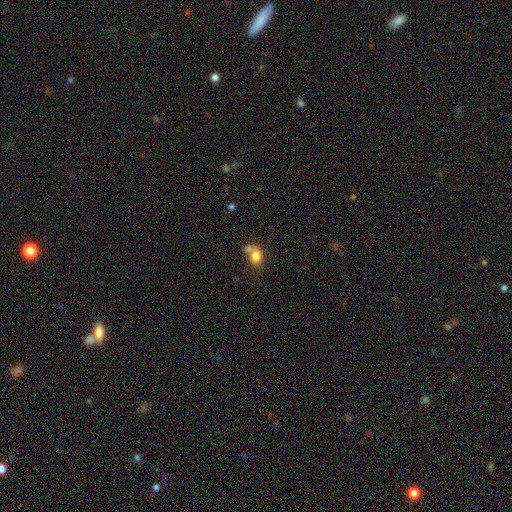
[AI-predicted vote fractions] smooth_or_featured: smooth (p=0.77) [alt: featured or disk p=0.13]
how_rounded: in between (p=0.62) [alt: round p=0.37]
merging: merger (p=0.45) [alt: none p=0.31]